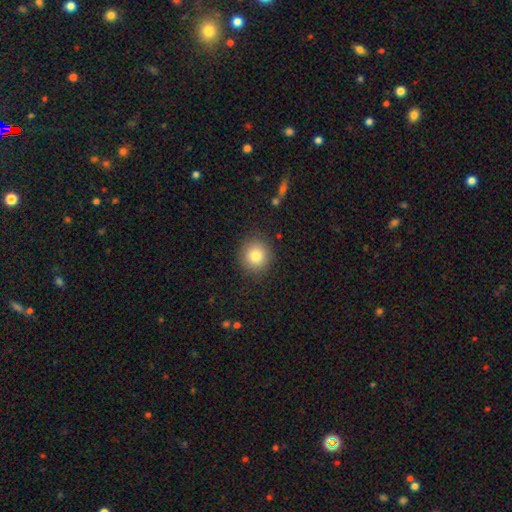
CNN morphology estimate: Smooth or featured? smooth (81%)
How rounded? round (91%)
Merging? none (88%)